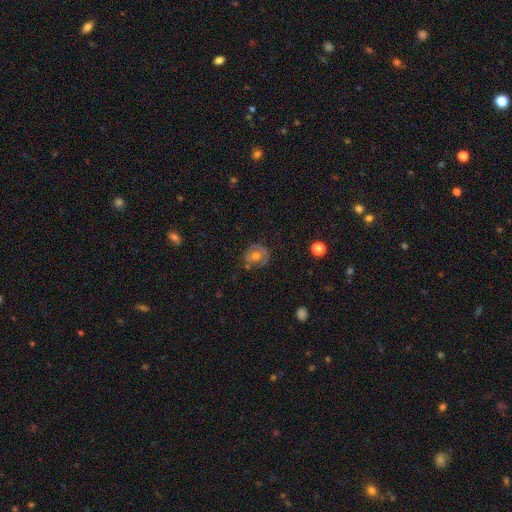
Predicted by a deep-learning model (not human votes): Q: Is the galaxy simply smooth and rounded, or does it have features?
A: featured or disk — 56%.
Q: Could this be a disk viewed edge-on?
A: no — 97%.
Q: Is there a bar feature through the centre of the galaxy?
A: no — 73%.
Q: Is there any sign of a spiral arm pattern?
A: yes — 54%.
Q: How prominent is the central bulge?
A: moderate — 64%.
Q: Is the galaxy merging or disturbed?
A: none — 71%.